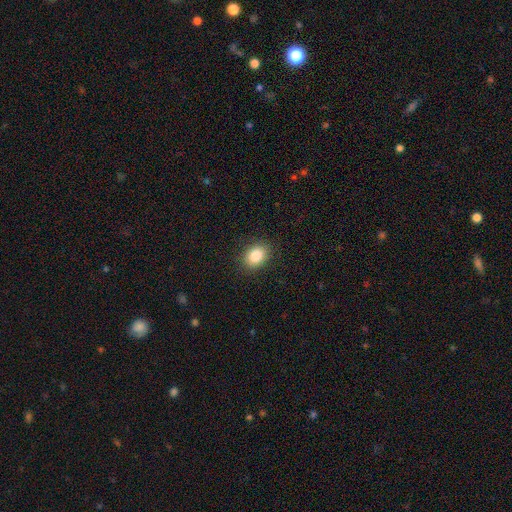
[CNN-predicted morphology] Smooth or featured? smooth (85%)
How rounded? in between (65%)
Merging? none (89%)